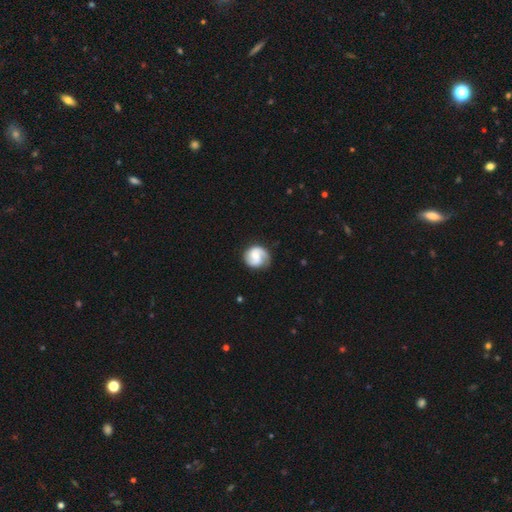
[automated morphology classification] This appears to be a featured or disk galaxy (64%) with no bar (55%), 2 (67%) medium (41%) spiral arms (93%) and a moderate central bulge (45%). Merging: none (74%).